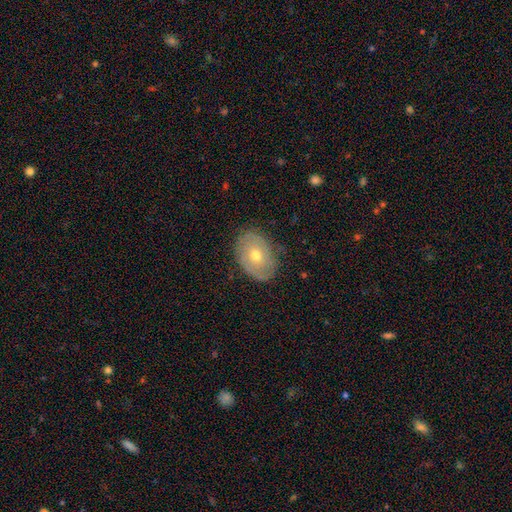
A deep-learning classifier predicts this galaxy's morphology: Overall: featured or disk (56%; smooth 37%). Edge-on disk: no (93%). Bar: no (83%). Spiral arms: yes (57%; no 43%). Bulge size: moderate (64%; small 32%). Merging: none (79%).